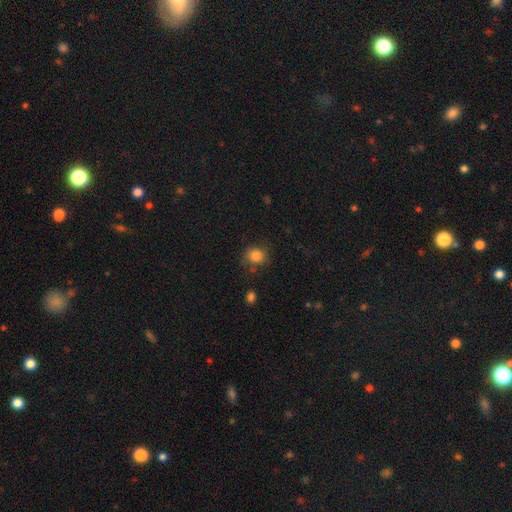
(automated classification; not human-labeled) Smooth or featured? smooth (83%)
How rounded? round (78%)
Merging? none (72%)